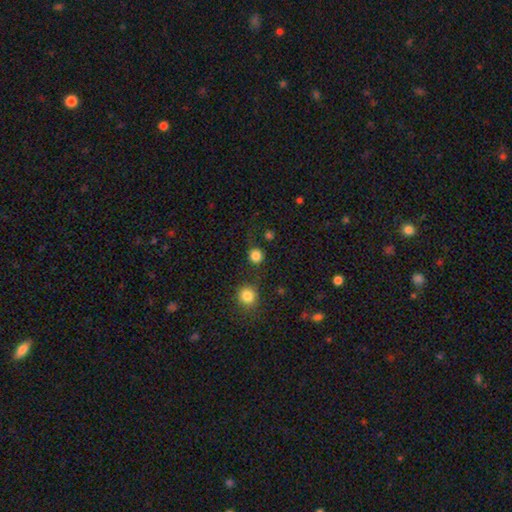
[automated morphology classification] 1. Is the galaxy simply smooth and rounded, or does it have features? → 82% smooth, 14% star or artifact, 4% featured or disk.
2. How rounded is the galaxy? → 93% round, 6% in between, 1% cigar-shaped.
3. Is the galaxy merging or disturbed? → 84% none, 8% minor disturbance, 4% merger, 3% major disturbance.